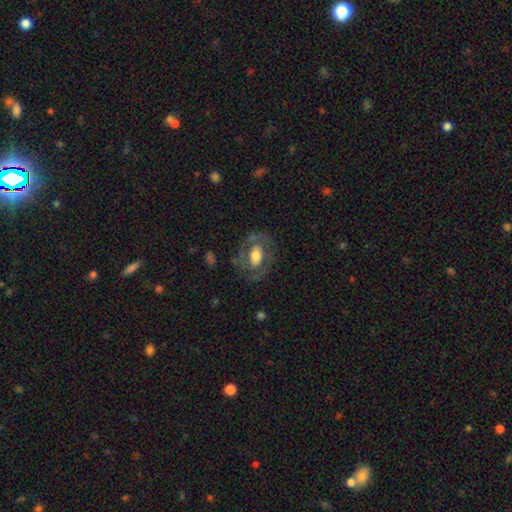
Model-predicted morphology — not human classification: This is possibly a featured or disk galaxy (59%). It is clearly not viewed edge-on (95%). Bar: possibly no (57%). Spiral arm pattern: possibly yes (56%). Central bulge: marginally moderate (44%). Merging: likely none (69%).